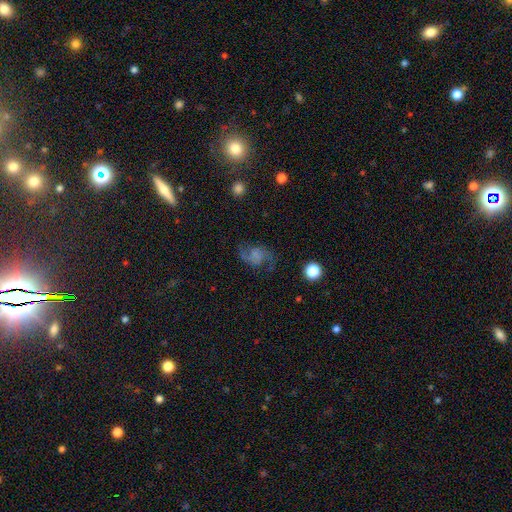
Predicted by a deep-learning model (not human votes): Smooth or featured: featured or disk — 66% (smooth — 22%)
Edge-on disk: no — 98% (yes — 2%)
Bar: no — 64% (weak — 29%)
Spiral arms: yes — 92% (no — 8%)
Spiral winding: loose — 59% (medium — 33%)
Spiral arm count: 2 — 90% (can't tell — 3%)
Bulge size: none — 65% (small — 15%)
Merging: none — 65% (minor disturbance — 19%)